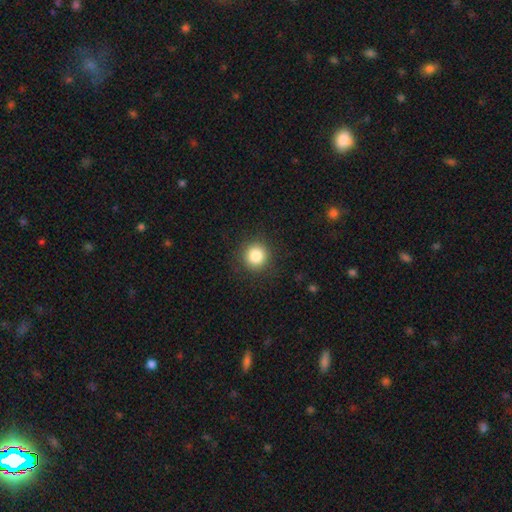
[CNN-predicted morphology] Smooth or featured: smooth — 84% (star or artifact — 11%)
How rounded: round — 94% (in between — 5%)
Merging: none — 90% (minor disturbance — 6%)